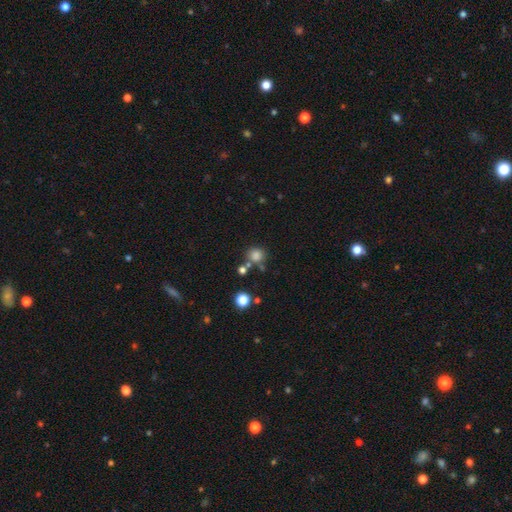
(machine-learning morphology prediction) A smooth galaxy with no disk features (80%) that is round (87%). Merging: none (70%).